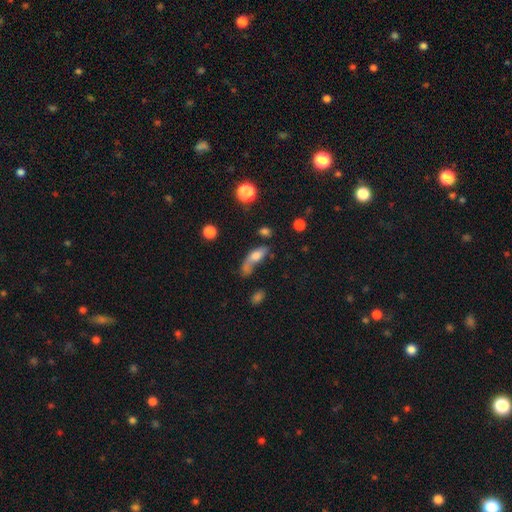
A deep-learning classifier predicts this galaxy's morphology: This appears to be a smooth galaxy with no disk features (64%) that is in between round and cigar-shaped (67%). Merging: none (30%).